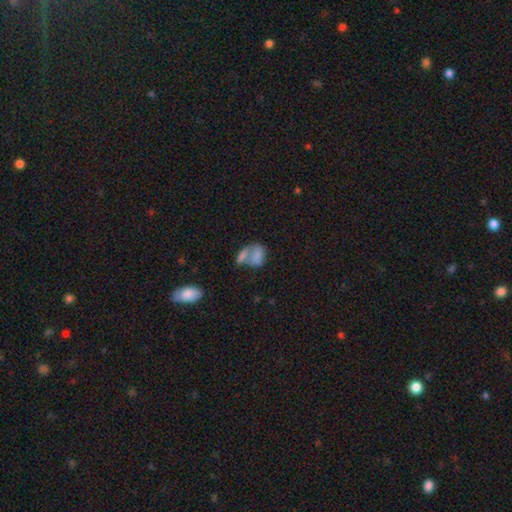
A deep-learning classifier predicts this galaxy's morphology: A smooth galaxy with no disk features (67%) that is in between round and cigar-shaped (71%).

Vote fractions:
- Smooth or featured? smooth: 67% / featured or disk: 23% / star or artifact: 10%
- How rounded? in between: 71% / round: 27% / cigar-shaped: 2%
- Merging? merger: 58% / none: 20% / major disturbance: 11% / minor disturbance: 11%